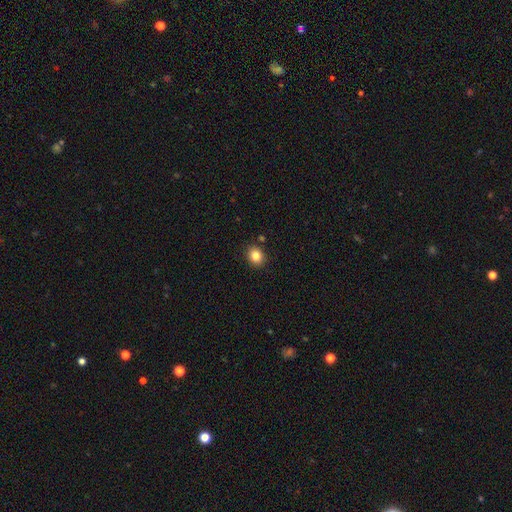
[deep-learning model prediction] Q: Smooth or featured?
A: smooth (83%); runner-up: star or artifact (11%)
Q: How rounded?
A: round (66%); runner-up: in between (33%)
Q: Merging?
A: none (88%); runner-up: minor disturbance (7%)